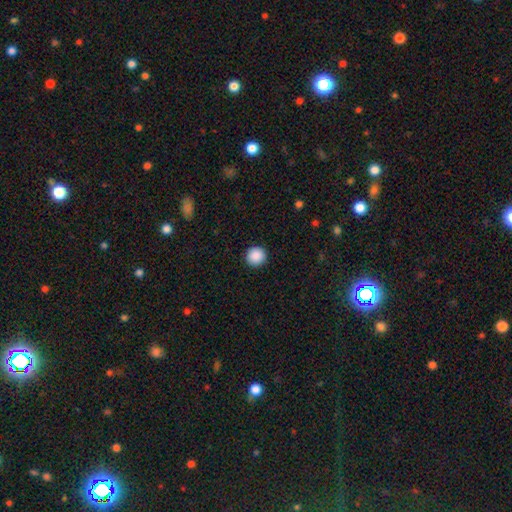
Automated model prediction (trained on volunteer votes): The model was most divided on "smooth or featured": smooth: 89%, star or artifact: 8%, featured or disk: 2%. More confident: how rounded — round (95%); merging — none (93%).